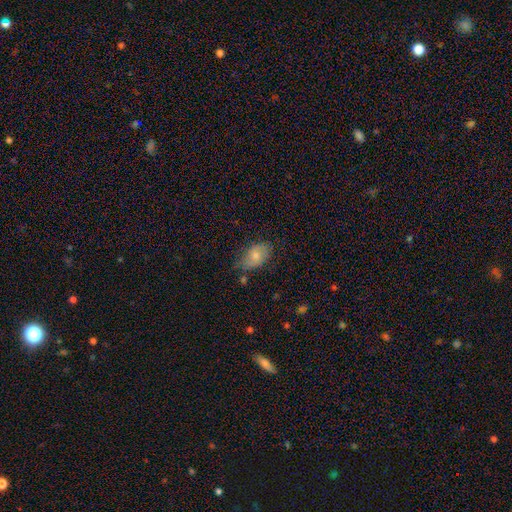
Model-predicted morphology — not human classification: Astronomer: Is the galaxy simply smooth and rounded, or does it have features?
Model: smooth — 74%.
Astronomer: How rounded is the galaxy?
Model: in between — 88%.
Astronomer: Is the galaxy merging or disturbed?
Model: none — 66%.